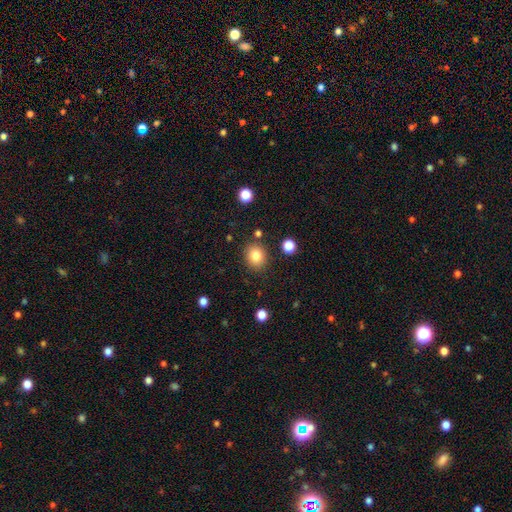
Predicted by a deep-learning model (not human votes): Smooth or featured: smooth — 83% (star or artifact — 11%)
How rounded: round — 72% (in between — 27%)
Merging: none — 85% (minor disturbance — 9%)